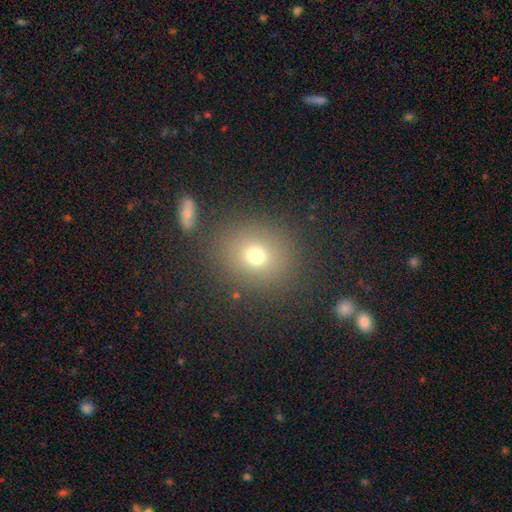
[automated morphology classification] type=smooth (72%); roundness=round (75%); merging=none (83%).